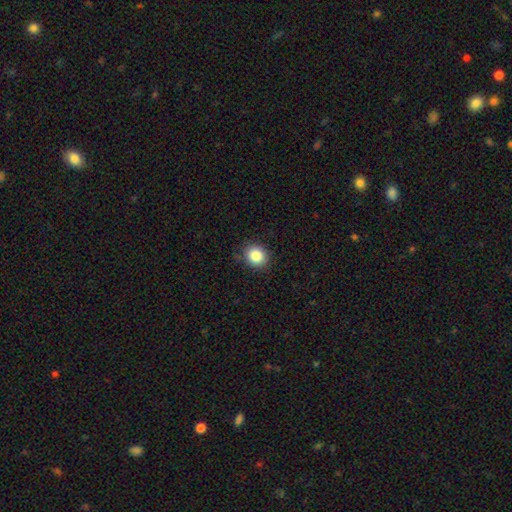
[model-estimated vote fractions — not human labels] The model was most divided on "how rounded": round: 74%, in between: 25%, cigar-shaped: 1%. More confident: merging — none (85%); smooth or featured — smooth (85%).